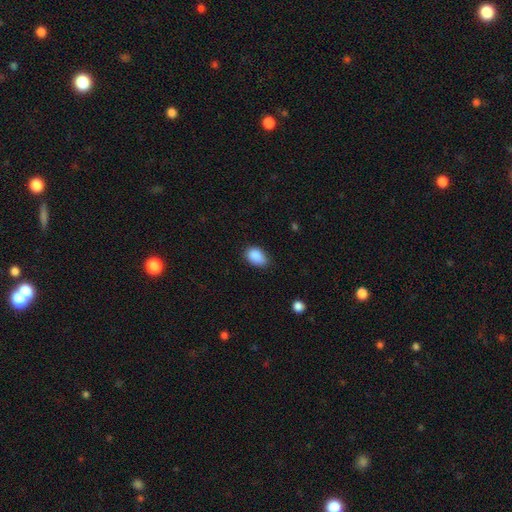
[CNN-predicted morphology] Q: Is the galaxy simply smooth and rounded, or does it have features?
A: smooth — 88%.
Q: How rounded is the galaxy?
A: in between — 84%.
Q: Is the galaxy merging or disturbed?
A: none — 70%.